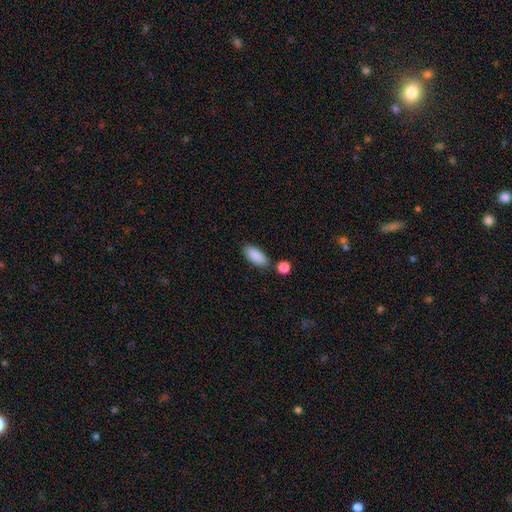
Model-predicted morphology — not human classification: Overall: smooth (89%). How rounded: in between (85%). Merging: none (76%).